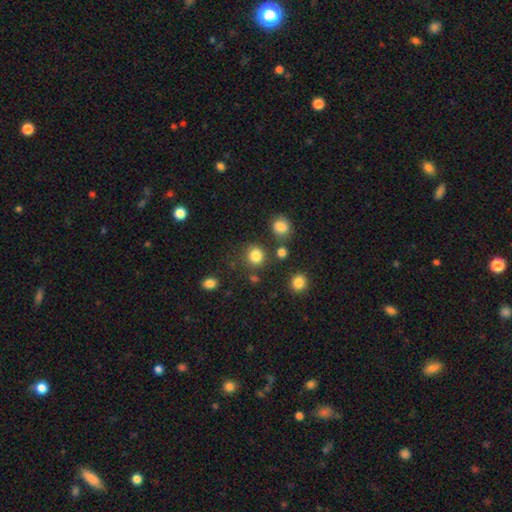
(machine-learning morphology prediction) smooth-or-featured: smooth: 82% | star or artifact: 13% | featured or disk: 5%
  how-rounded: round: 85% | in between: 15% | cigar-shaped: 1%
  merging: none: 78% | minor disturbance: 10% | merger: 8% | major disturbance: 4%